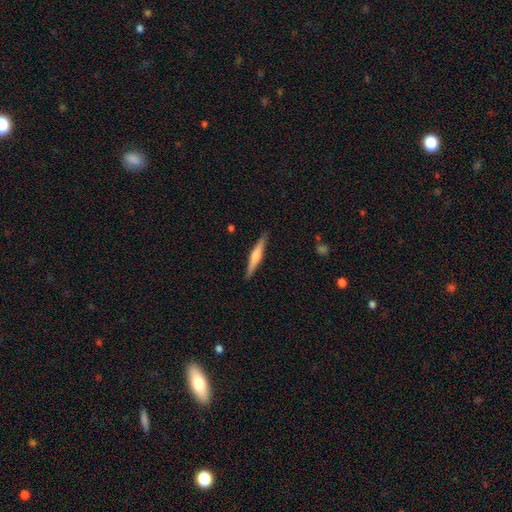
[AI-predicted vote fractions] smooth_or_featured: featured or disk (p=0.50) [alt: smooth p=0.45]
merging: none (p=0.90) [alt: minor disturbance p=0.07]